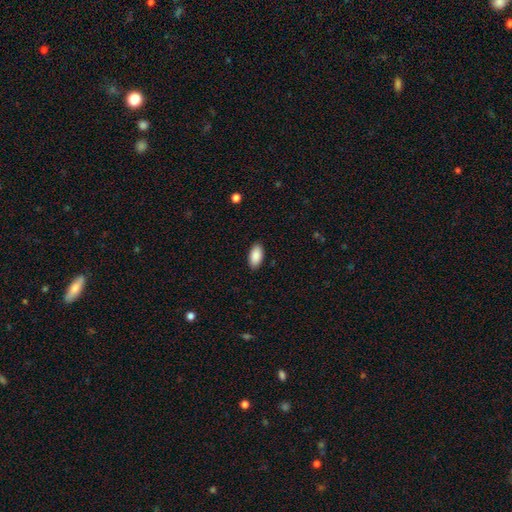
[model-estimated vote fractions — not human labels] A smooth galaxy with no disk features (90%) that is in between round and cigar-shaped (94%).

Vote fractions:
- Smooth or featured? smooth: 90% / star or artifact: 6% / featured or disk: 4%
- How rounded? in between: 94% / cigar-shaped: 3% / round: 2%
- Merging? none: 89% / minor disturbance: 8% / major disturbance: 2% / merger: 1%